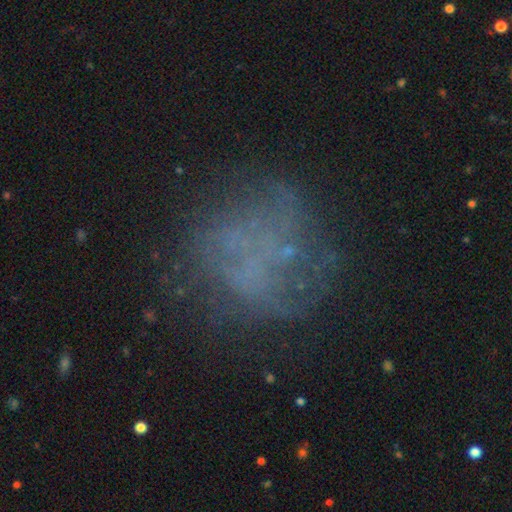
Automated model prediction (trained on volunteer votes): Morphology: type=featured or disk (46%); merging=none (63%).